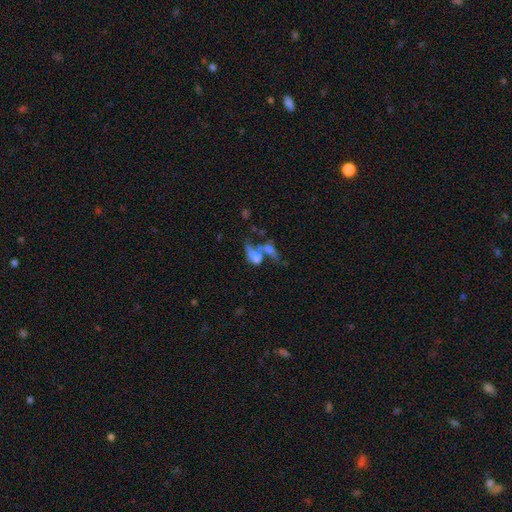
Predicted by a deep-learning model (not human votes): Smooth or featured: smooth — 49% (featured or disk — 37%)
Merging: merger — 58% (major disturbance — 18%)